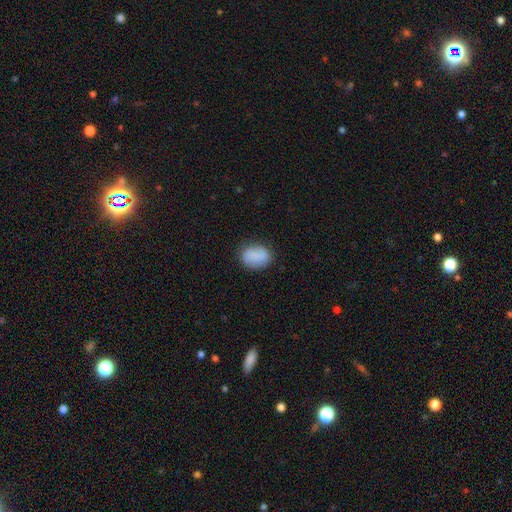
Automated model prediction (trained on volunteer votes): Q: Smooth or featured?
A: smooth (77%); runner-up: featured or disk (15%)
Q: How rounded?
A: in between (65%); runner-up: round (34%)
Q: Merging?
A: none (79%); runner-up: minor disturbance (15%)